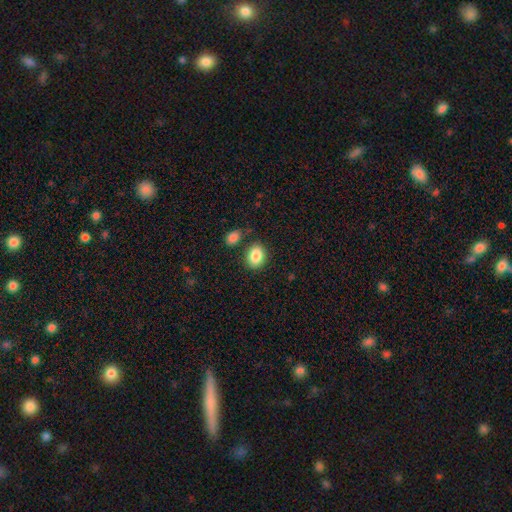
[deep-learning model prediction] This appears to be a smooth galaxy with no disk features (85%) that is in between round and cigar-shaped (63%). Merging: none (77%).